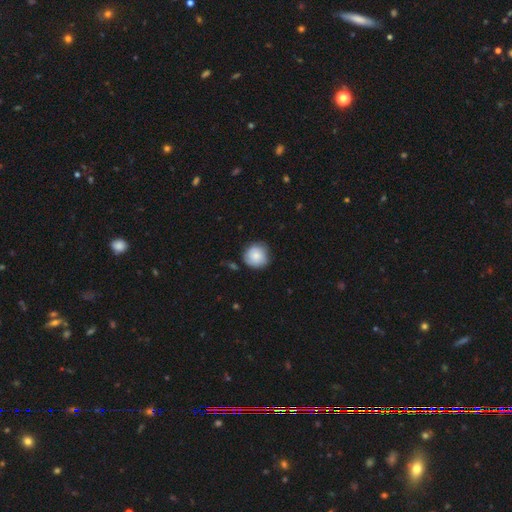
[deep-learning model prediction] Smooth or featured? Predicted: smooth (p=0.79). How rounded? Predicted: round (p=0.92). Merging? Predicted: none (p=0.74).